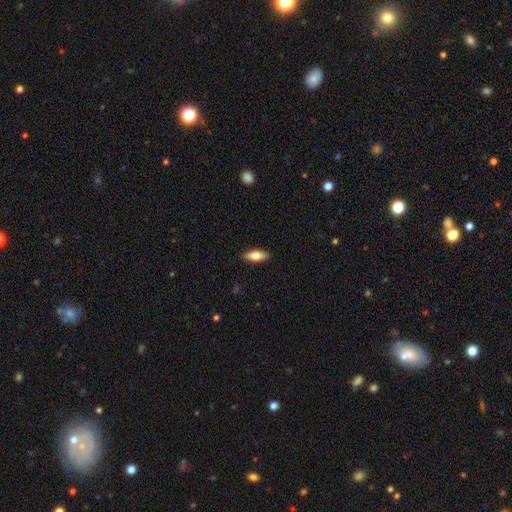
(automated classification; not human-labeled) A smooth galaxy with no disk features (69%) that is in between round and cigar-shaped (70%). Merging: none (89%).